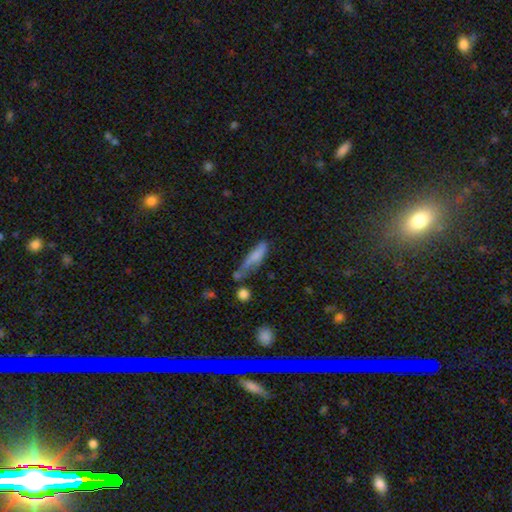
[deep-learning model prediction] The model was most divided on "merging": none: 34%, minor disturbance: 30%, major disturbance: 20%, merger: 15%. More confident: smooth or featured — smooth (71%); how rounded — cigar-shaped (63%).